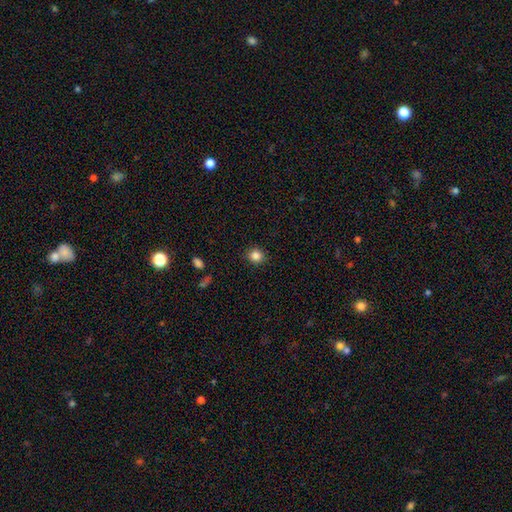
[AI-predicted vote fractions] smooth-or-featured: smooth: 85% | star or artifact: 11% | featured or disk: 4%
  how-rounded: round: 86% | in between: 13% | cigar-shaped: 1%
  merging: none: 90% | minor disturbance: 7% | major disturbance: 2% | merger: 1%